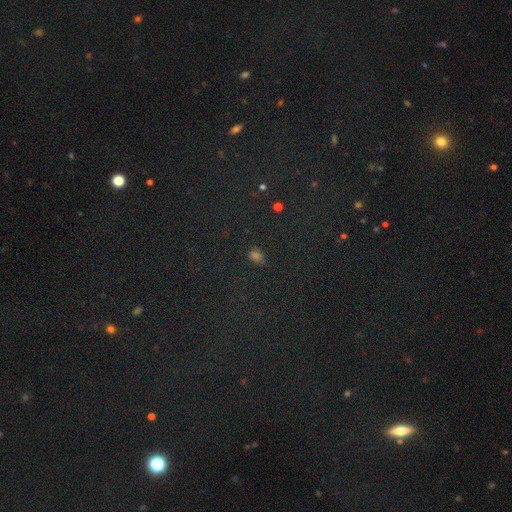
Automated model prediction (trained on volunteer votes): Smooth or featured? Predicted: smooth (p=0.61). How rounded? Predicted: in between (p=0.78). Merging? Predicted: none (p=0.83).